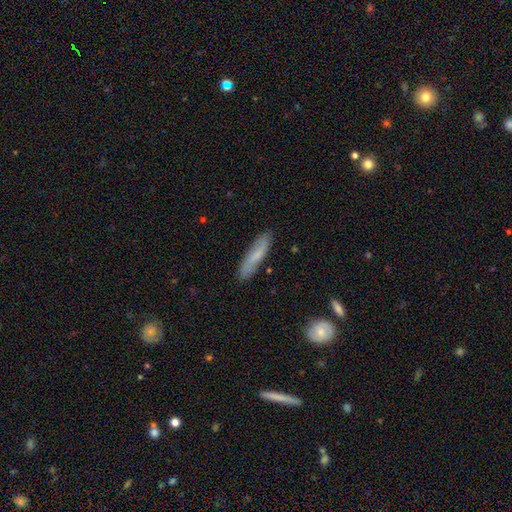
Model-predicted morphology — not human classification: Smooth or featured? Predicted: smooth (p=0.62). How rounded? Predicted: cigar-shaped (p=0.81). Merging? Predicted: none (p=0.85).